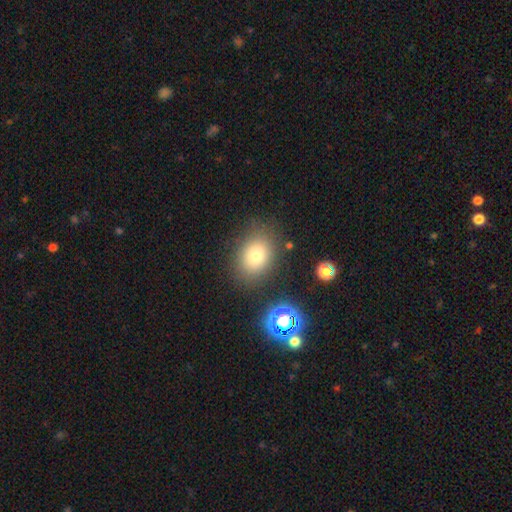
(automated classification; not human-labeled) smooth 74%, star or artifact 15%, featured or disk 11%. Down the decision tree: how rounded — in between (59%); merging — none (80%).